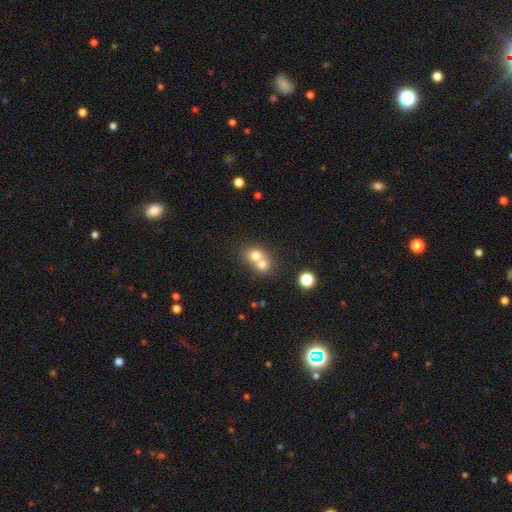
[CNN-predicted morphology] type=smooth (71%); roundness=round (72%); merging=merger (67%).